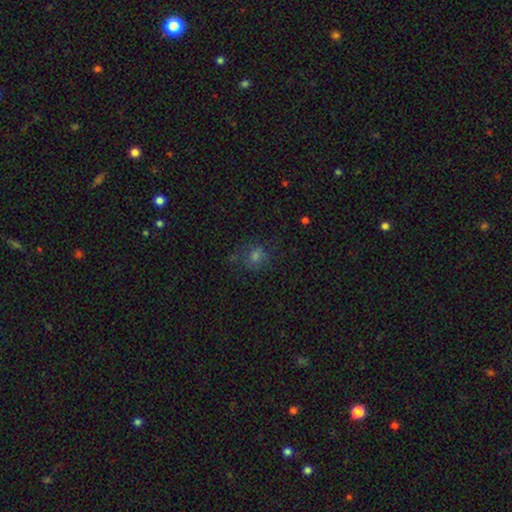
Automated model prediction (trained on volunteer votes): Smooth or featured: smooth — 56% (star or artifact — 28%)
How rounded: round — 71% (in between — 27%)
Merging: none — 65% (minor disturbance — 19%)